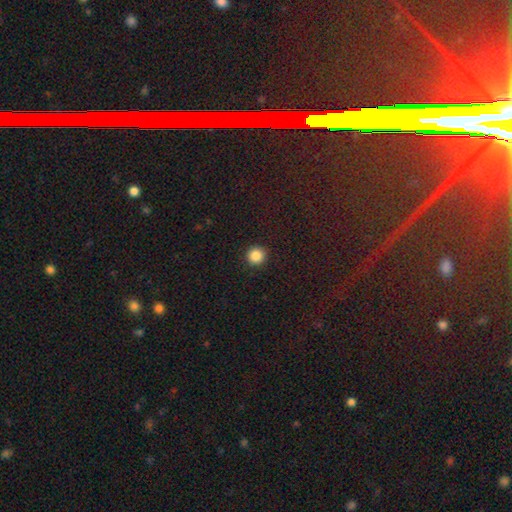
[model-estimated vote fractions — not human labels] Smooth or featured: smooth — 86% (star or artifact — 10%)
How rounded: round — 95% (in between — 4%)
Merging: none — 92% (minor disturbance — 5%)